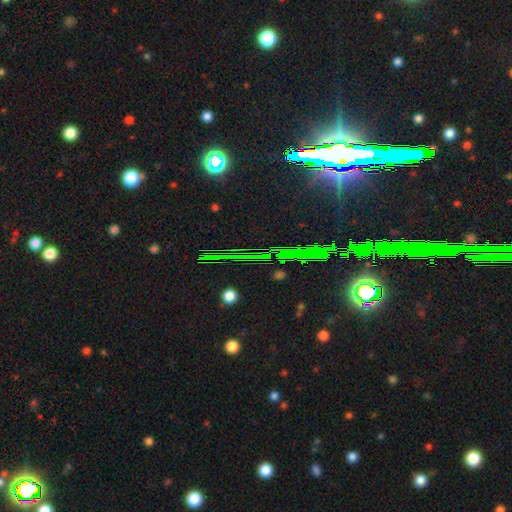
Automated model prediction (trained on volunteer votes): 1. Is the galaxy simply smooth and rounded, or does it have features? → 75% star or artifact, 13% featured or disk, 11% smooth.